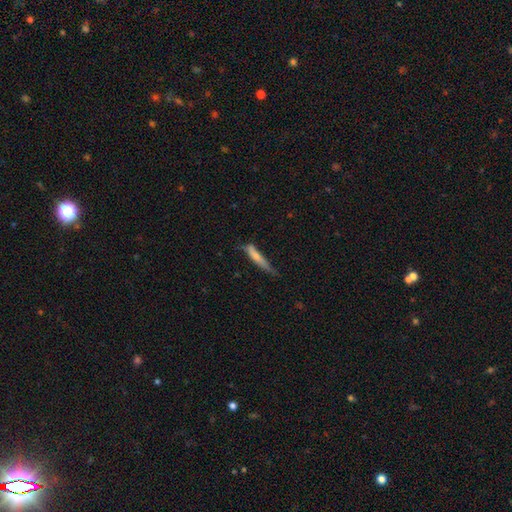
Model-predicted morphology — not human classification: type=smooth (63%); roundness=cigar-shaped (88%); merging=none (46%).